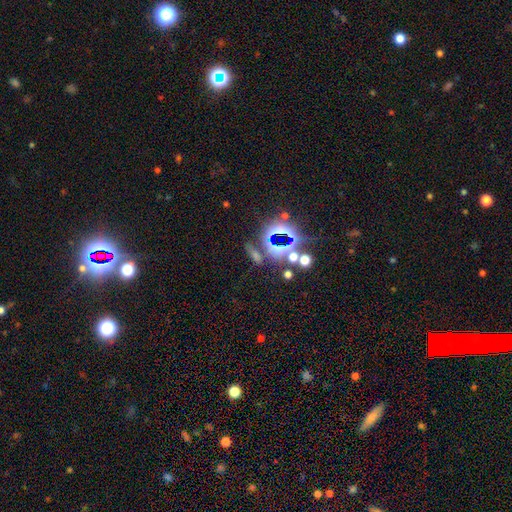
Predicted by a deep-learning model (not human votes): smooth-or-featured: star or artifact: 55% | smooth: 30% | featured or disk: 15%